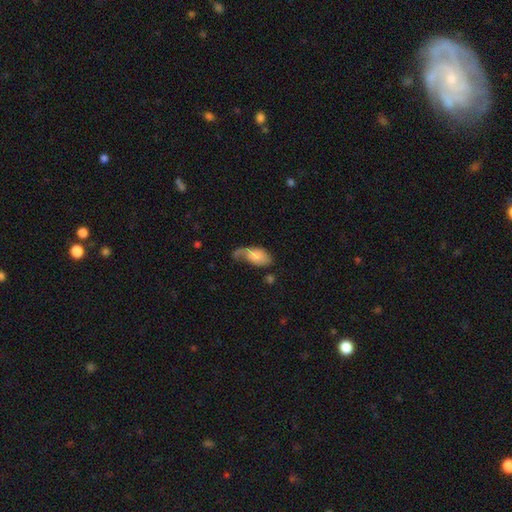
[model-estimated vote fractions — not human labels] smooth_or_featured: smooth (p=0.59) [alt: featured or disk p=0.34]
how_rounded: in between (p=0.91) [alt: round p=0.05]
merging: major disturbance (p=0.37) [alt: none p=0.29]